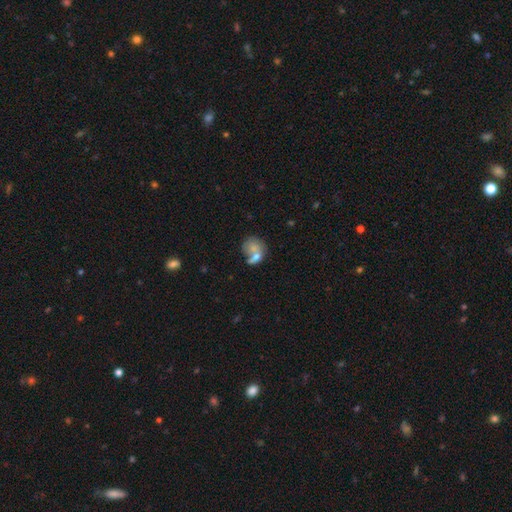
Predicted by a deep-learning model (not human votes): A smooth galaxy with no disk features (64%) that is round (56%).

Vote fractions:
- Smooth or featured? smooth: 64% / featured or disk: 27% / star or artifact: 9%
- How rounded? round: 56% / in between: 42% / cigar-shaped: 2%
- Merging? merger: 47% / none: 27% / minor disturbance: 13% / major disturbance: 13%